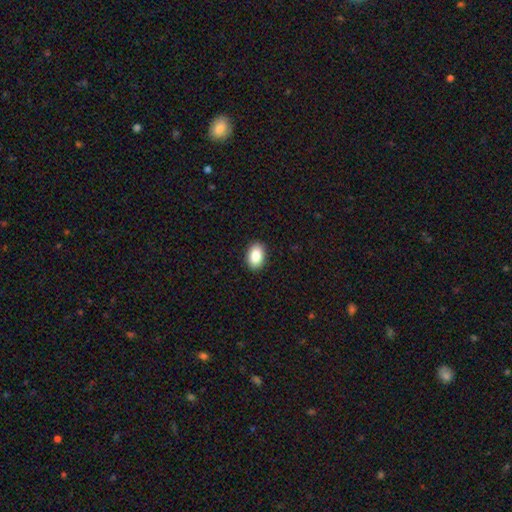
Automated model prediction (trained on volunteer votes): A smooth galaxy with no disk features (87%) that is in between round and cigar-shaped (86%).

Vote fractions:
- Smooth or featured? smooth: 87% / star or artifact: 7% / featured or disk: 6%
- How rounded? in between: 86% / round: 13% / cigar-shaped: 1%
- Merging? none: 91% / minor disturbance: 7% / major disturbance: 2% / merger: 1%